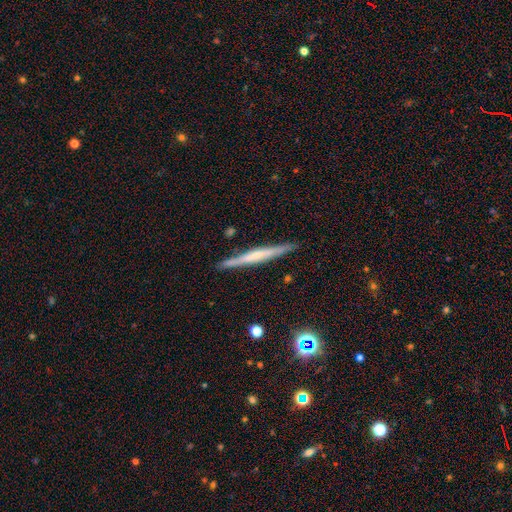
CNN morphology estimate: Smooth or featured?
  - featured or disk: 60% *
  - smooth: 33%
  - star or artifact: 7%
Edge-on disk?
  - yes: 97% *
  - no: 3%
Edge-on bulge?
  - none: 54% *
  - rounded: 33%
  - boxy: 13%
Merging?
  - none: 90% *
  - minor disturbance: 8%
  - major disturbance: 1%
  - merger: 1%